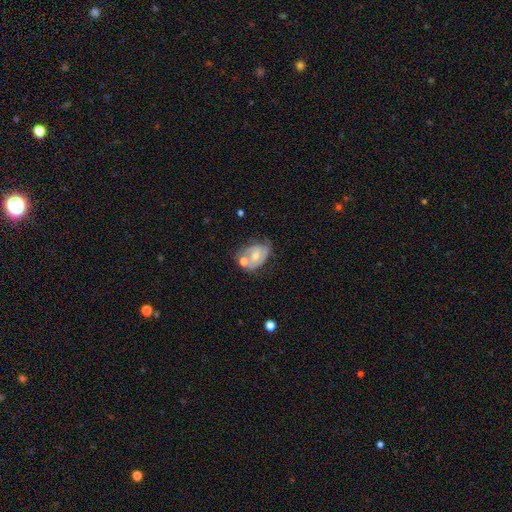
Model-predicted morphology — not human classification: The model was most divided on "merging": none: 38%, merger: 26%, minor disturbance: 24%, major disturbance: 12%. More confident: edge-on disk — no (96%); spiral arms — yes (69%); smooth or featured — featured or disk (64%); bulge size — moderate (61%); bar — no (58%).